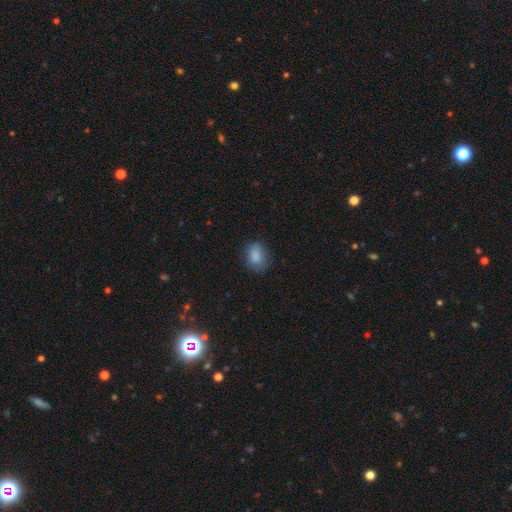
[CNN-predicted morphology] A smooth galaxy with no disk features (86%) that is in between round and cigar-shaped (58%).

Vote fractions:
- Smooth or featured? smooth: 86% / star or artifact: 9% / featured or disk: 6%
- How rounded? in between: 58% / round: 41% / cigar-shaped: 1%
- Merging? none: 76% / minor disturbance: 18% / major disturbance: 5% / merger: 1%